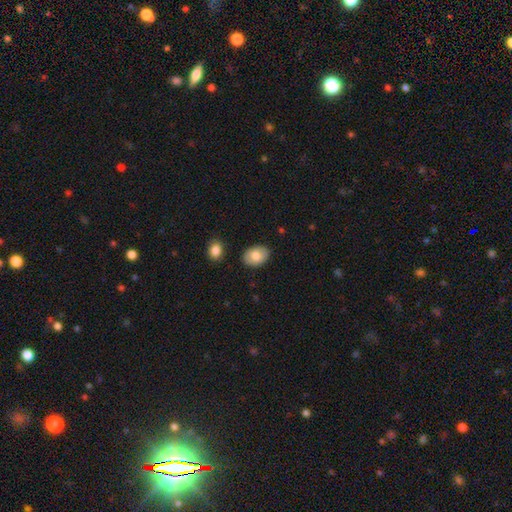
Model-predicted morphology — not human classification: Smooth or featured? Predicted: smooth (p=0.77). How rounded? Predicted: in between (p=0.79). Merging? Predicted: none (p=0.87).